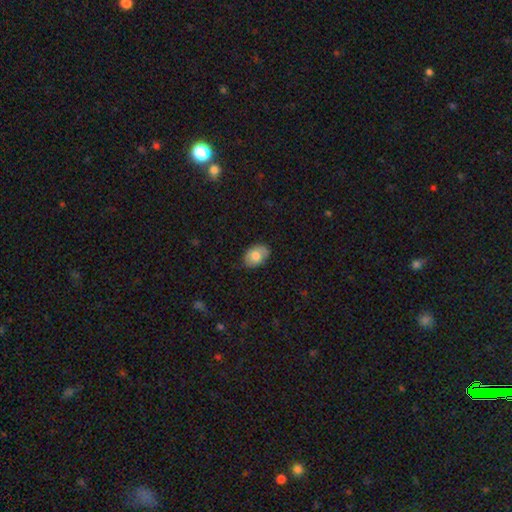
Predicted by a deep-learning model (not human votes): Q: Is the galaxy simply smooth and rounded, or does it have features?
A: smooth — 75%.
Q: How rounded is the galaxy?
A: in between — 82%.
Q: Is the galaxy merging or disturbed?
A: none — 77%.